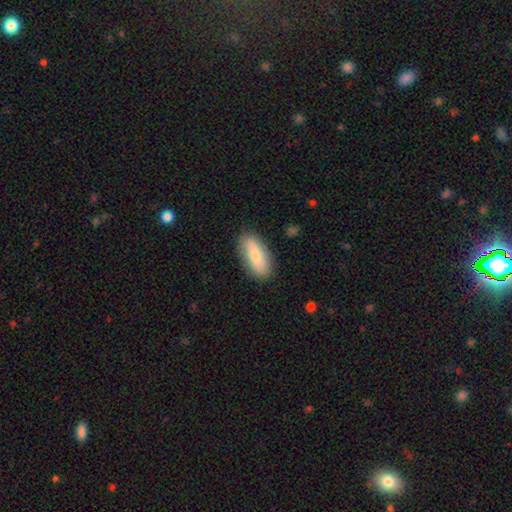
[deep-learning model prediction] Morphology: type=smooth (73%); roundness=in between (80%); merging=none (85%).